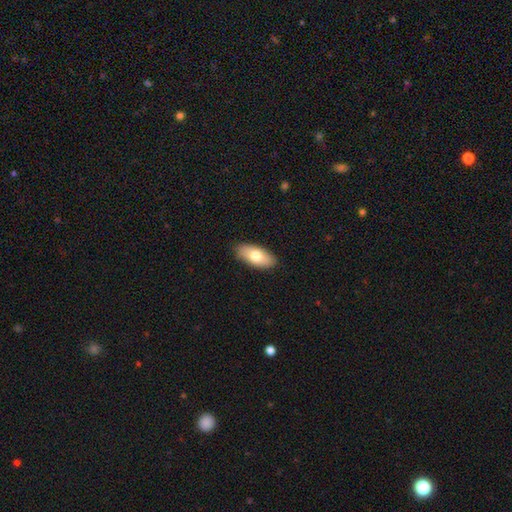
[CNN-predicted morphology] Overall: smooth (74%). How rounded: in between (90%). Merging: none (88%).